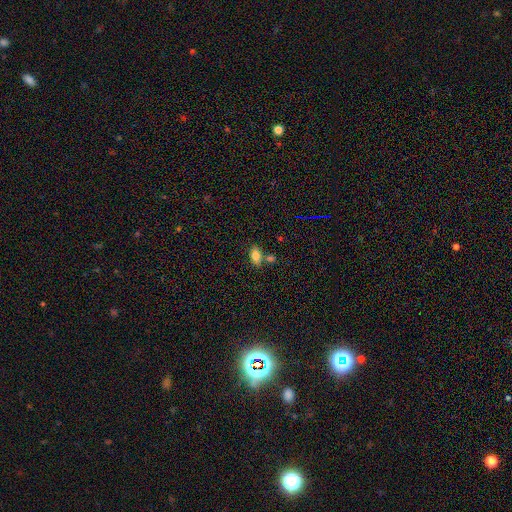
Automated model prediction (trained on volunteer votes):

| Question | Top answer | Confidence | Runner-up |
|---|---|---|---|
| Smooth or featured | smooth | 80% | featured or disk (11%) |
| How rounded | in between | 88% | round (8%) |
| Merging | none | 64% | merger (19%) |